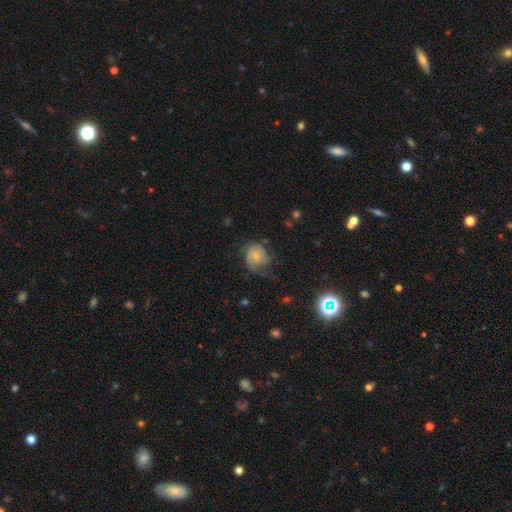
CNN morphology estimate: Smooth or featured?
  - featured or disk: 51% *
  - smooth: 40%
  - star or artifact: 9%
Edge-on disk?
  - no: 98% *
  - yes: 2%
Bar?
  - no: 78% *
  - weak: 19%
  - strong: 3%
Spiral arms?
  - yes: 85% *
  - no: 15%
Bulge size?
  - small: 59% *
  - moderate: 29%
  - none: 8%
  - large: 3%
  - dominant: 2%
Merging?
  - none: 46% *
  - minor disturbance: 28%
  - major disturbance: 24%
  - merger: 2%